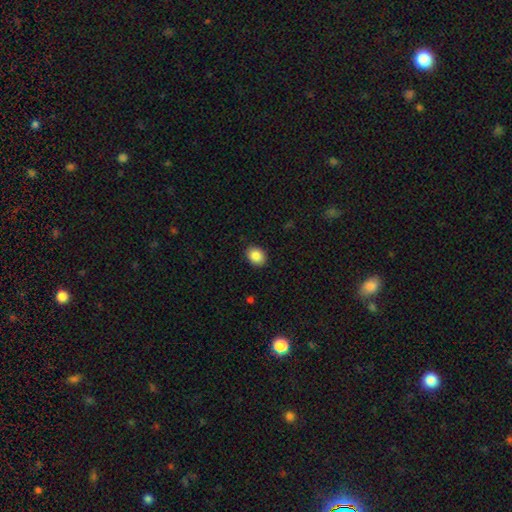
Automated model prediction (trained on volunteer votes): Smooth or featured? Predicted: smooth (p=0.86). How rounded? Predicted: in between (p=0.52). Merging? Predicted: none (p=0.89).